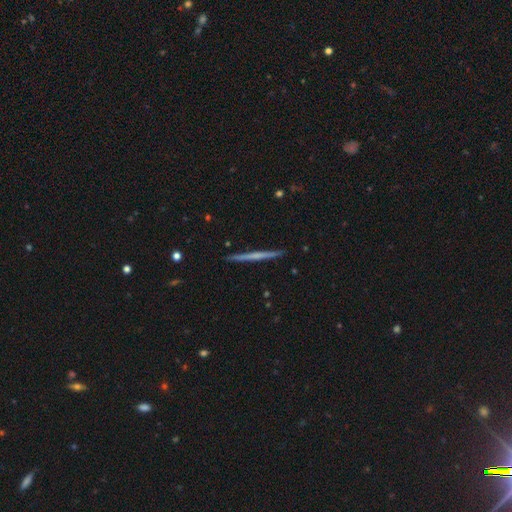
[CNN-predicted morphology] Smooth or featured?
  - featured or disk: 59% *
  - smooth: 36%
  - star or artifact: 5%
Edge-on disk?
  - yes: 98% *
  - no: 2%
Edge-on bulge?
  - none: 77% *
  - rounded: 17%
  - boxy: 6%
Merging?
  - none: 93% *
  - minor disturbance: 5%
  - major disturbance: 1%
  - merger: 1%